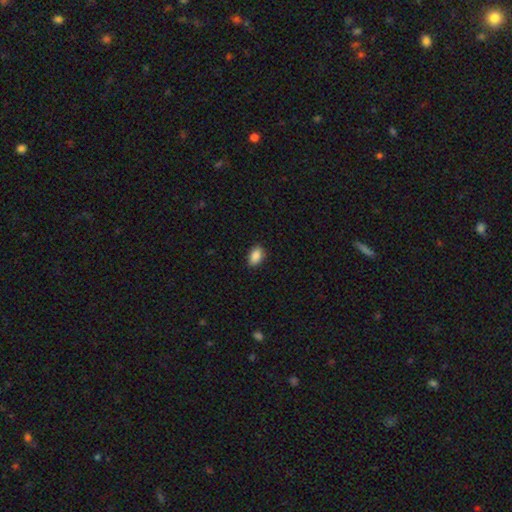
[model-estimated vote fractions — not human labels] This appears to be a smooth galaxy with no disk features (88%) that is in between round and cigar-shaped (89%). Merging: none (83%).